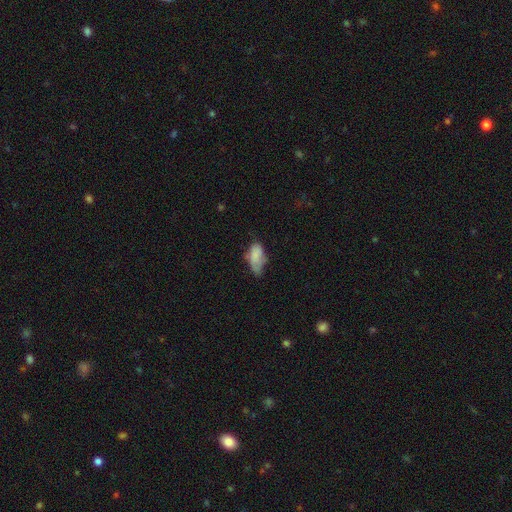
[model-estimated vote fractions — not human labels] Overall: smooth (73%). How rounded: in between (91%). Merging: minor disturbance (39%; none 36%).